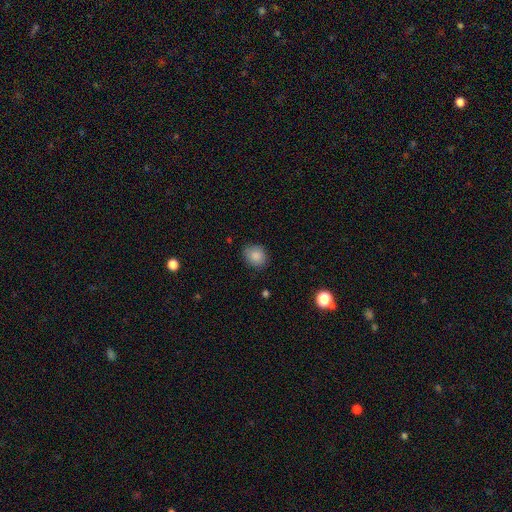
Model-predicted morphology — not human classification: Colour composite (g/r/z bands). It shows a smooth galaxy with no disk features (87%) that is round (72%). Merging: none (82%).